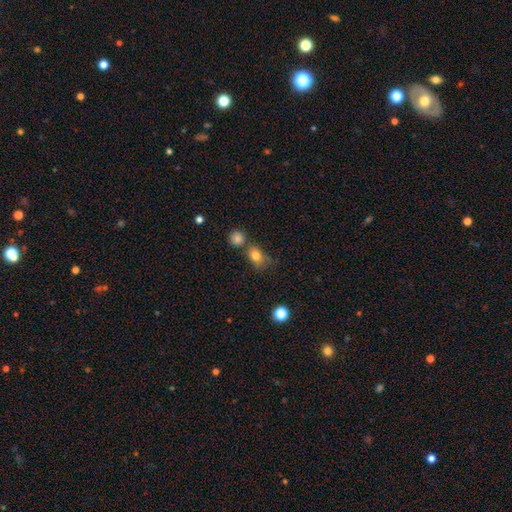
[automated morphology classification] Smooth or featured? smooth (79%)
How rounded? in between (58%)
Merging? none (51%)